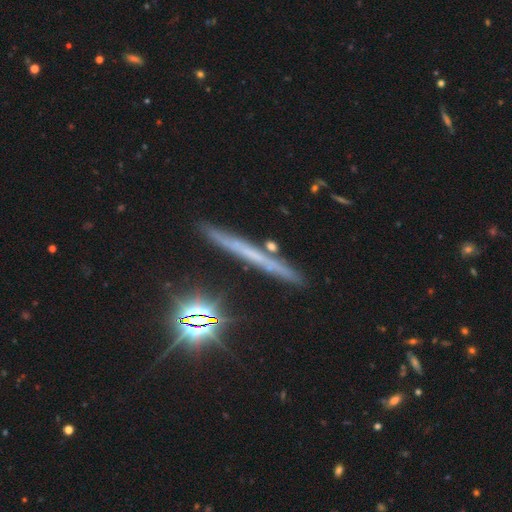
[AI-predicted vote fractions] smooth-or-featured: featured or disk: 52% | smooth: 29% | star or artifact: 19%
  disk-edge-on: yes: 94% | no: 6%
  merging: none: 87% | minor disturbance: 8% | merger: 3% | major disturbance: 2%